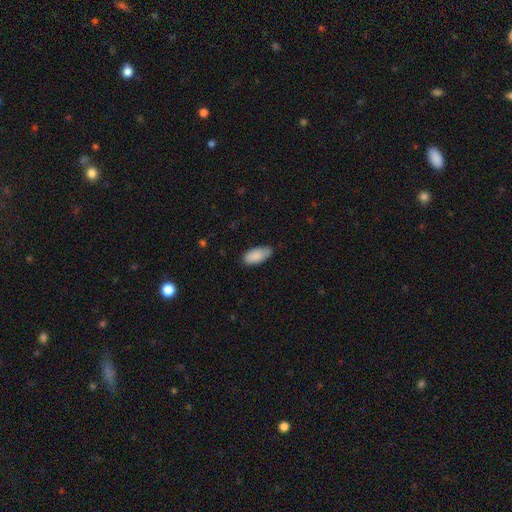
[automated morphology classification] smooth_or_featured: smooth (p=0.88) [alt: featured or disk p=0.06]
how_rounded: in between (p=0.91) [alt: cigar-shaped p=0.07]
merging: none (p=0.75) [alt: minor disturbance p=0.21]